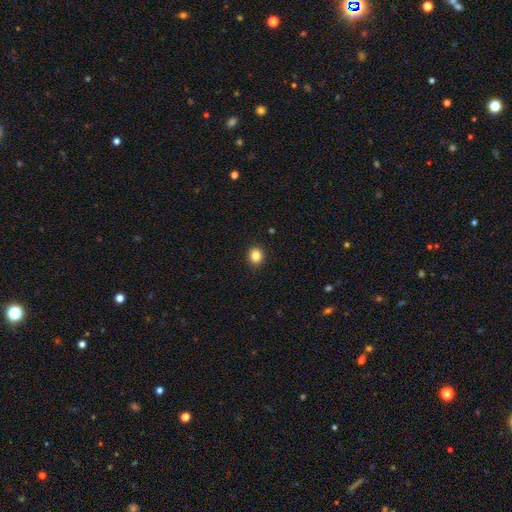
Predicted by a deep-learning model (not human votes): Smooth or featured: smooth — 84% (star or artifact — 11%)
How rounded: round — 77% (in between — 22%)
Merging: none — 90% (minor disturbance — 7%)